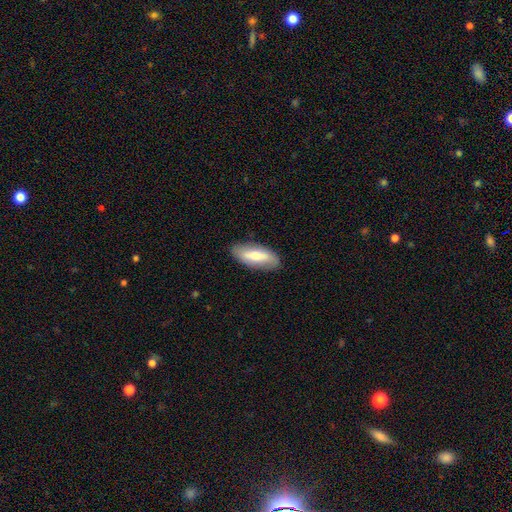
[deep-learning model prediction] Smooth or featured?
  - smooth: 61% *
  - featured or disk: 34%
  - star or artifact: 6%
How rounded?
  - in between: 76% *
  - cigar-shaped: 22%
  - round: 2%
Merging?
  - none: 85% *
  - minor disturbance: 11%
  - major disturbance: 3%
  - merger: 1%